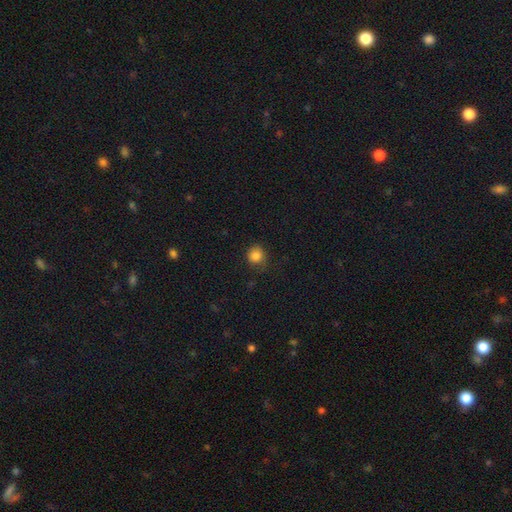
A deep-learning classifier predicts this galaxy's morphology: Overall: smooth (84%). How rounded: round (89%). Merging: none (79%).